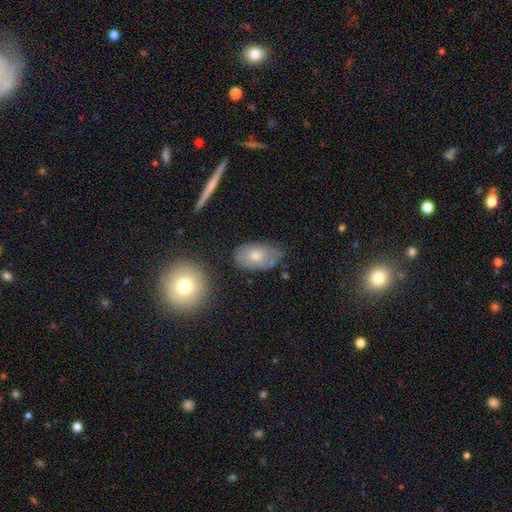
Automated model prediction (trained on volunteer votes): Smooth or featured: smooth — 60% (featured or disk — 32%)
How rounded: in between — 88% (round — 9%)
Merging: none — 68% (minor disturbance — 22%)